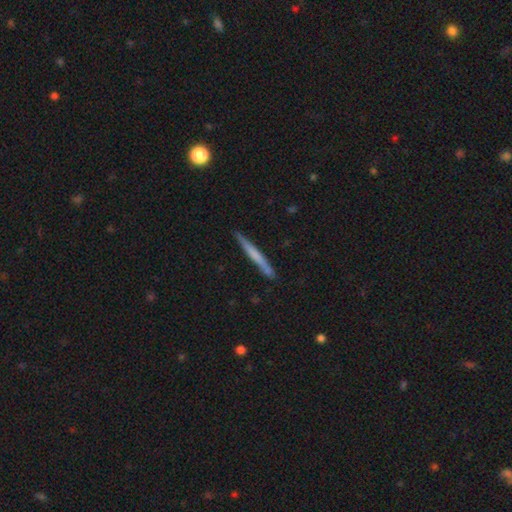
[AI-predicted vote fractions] Smooth or featured?
  - smooth: 52% *
  - featured or disk: 42%
  - star or artifact: 6%
How rounded?
  - cigar-shaped: 97% *
  - in between: 2%
  - round: 1%
Merging?
  - none: 88% *
  - minor disturbance: 9%
  - major disturbance: 2%
  - merger: 2%